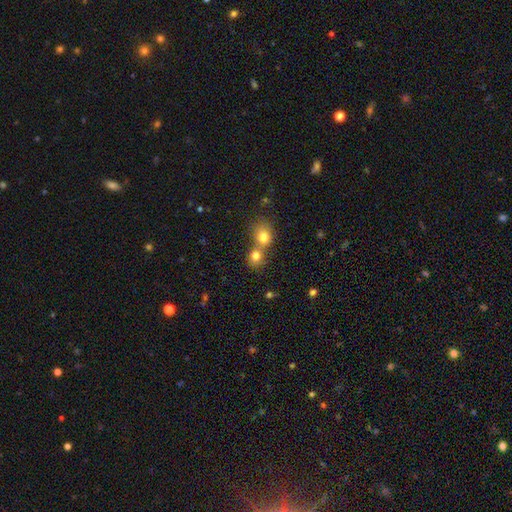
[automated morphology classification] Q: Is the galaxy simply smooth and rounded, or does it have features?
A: smooth — 78%.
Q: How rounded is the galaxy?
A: round — 72%.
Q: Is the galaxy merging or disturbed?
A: merger — 56%.